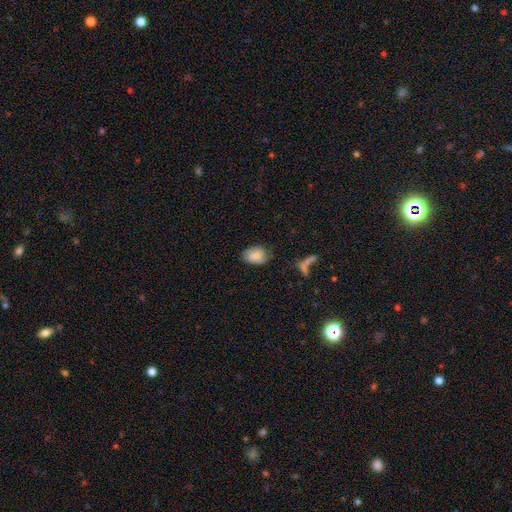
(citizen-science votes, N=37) Smooth or featured? smooth (86%)
How rounded? in between (94%)
Merging? none (69%)